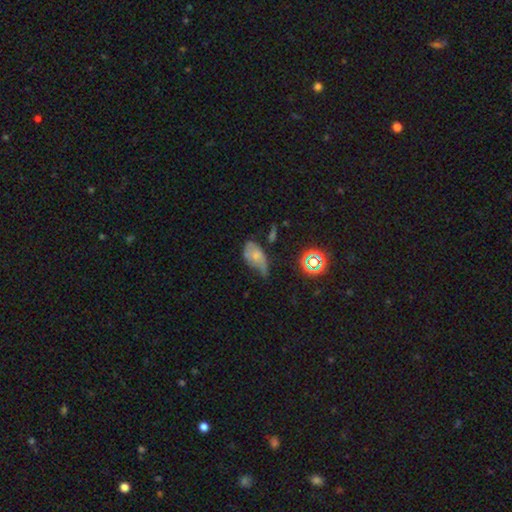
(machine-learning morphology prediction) This is possibly a smooth galaxy (58%). How rounded: clearly in between (88%). Merging: possibly minor disturbance (45%).